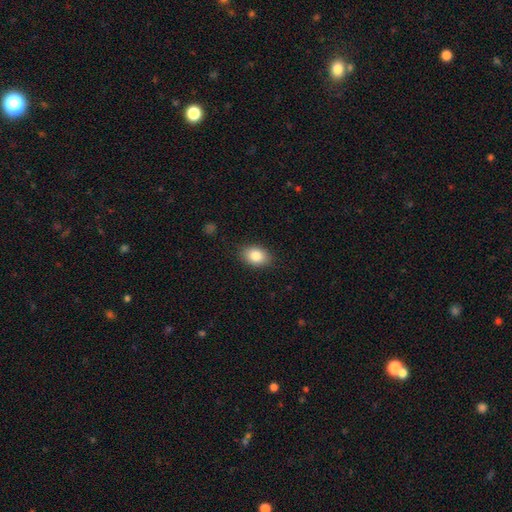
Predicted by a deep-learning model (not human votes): A smooth galaxy with no disk features (85%) that is in between round and cigar-shaped (80%).

Vote fractions:
- Smooth or featured? smooth: 85% / star or artifact: 8% / featured or disk: 7%
- How rounded? in between: 80% / round: 19% / cigar-shaped: 1%
- Merging? none: 87% / minor disturbance: 10% / major disturbance: 2% / merger: 1%